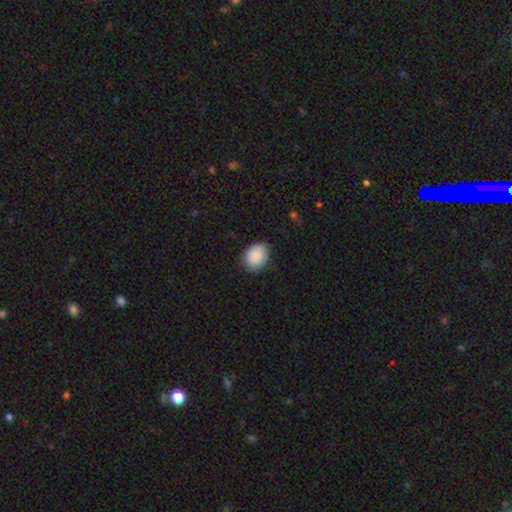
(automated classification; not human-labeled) The model was most divided on "how rounded": in between: 58%, round: 41%, cigar-shaped: 1%. More confident: smooth or featured — smooth (89%); merging — none (79%).